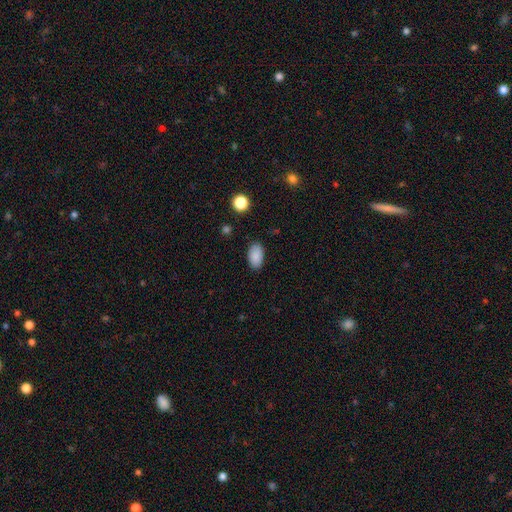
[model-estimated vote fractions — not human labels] This appears to be a smooth galaxy with no disk features (88%) that is in between round and cigar-shaped (93%). Merging: none (86%).